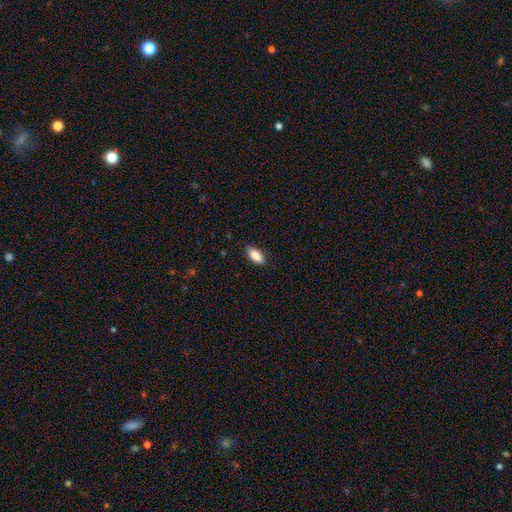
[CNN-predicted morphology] smooth_or_featured: smooth (p=0.87) [alt: star or artifact p=0.07]
how_rounded: in between (p=0.87) [alt: cigar-shaped p=0.10]
merging: none (p=0.84) [alt: minor disturbance p=0.13]